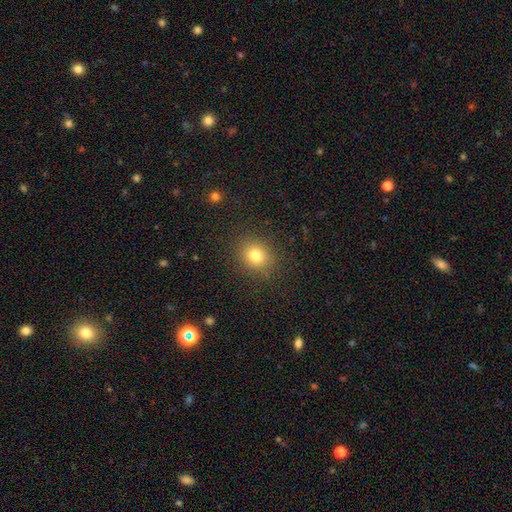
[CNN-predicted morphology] Smooth or featured? Predicted: smooth (p=0.78). How rounded? Predicted: round (p=0.74). Merging? Predicted: none (p=0.87).